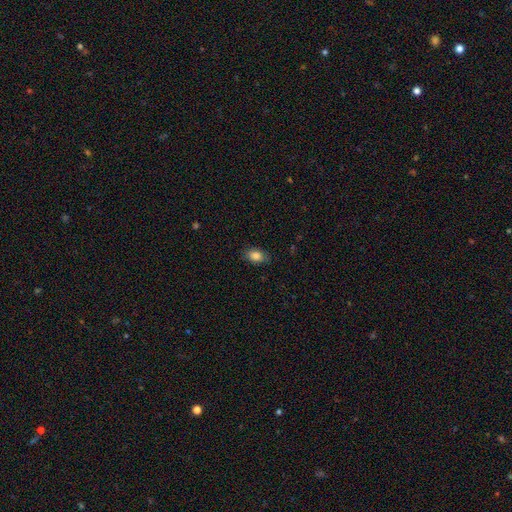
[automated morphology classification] A smooth galaxy with no disk features (85%) that is in between round and cigar-shaped (83%). Merging: none (84%).